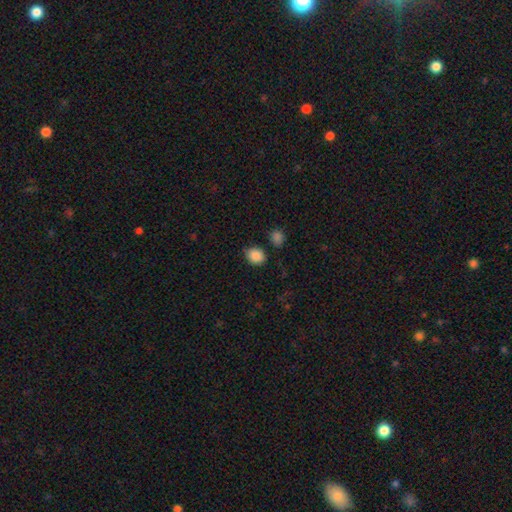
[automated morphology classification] Smooth or featured?
  - smooth: 88% *
  - star or artifact: 9%
  - featured or disk: 3%
How rounded?
  - round: 59% *
  - in between: 40%
  - cigar-shaped: 1%
Merging?
  - none: 80% *
  - minor disturbance: 12%
  - merger: 4%
  - major disturbance: 3%